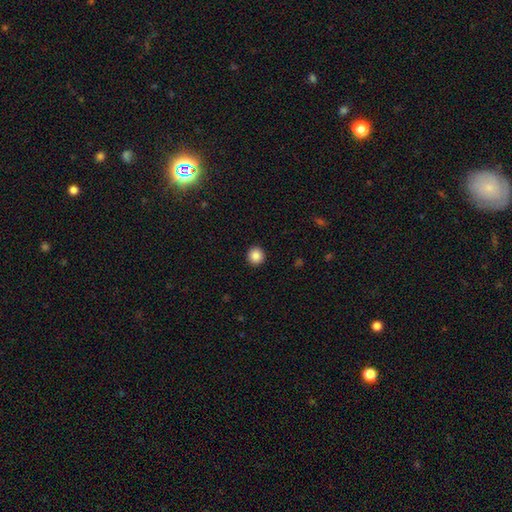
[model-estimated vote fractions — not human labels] Smooth or featured? Predicted: smooth (p=0.86). How rounded? Predicted: round (p=0.94). Merging? Predicted: none (p=0.93).